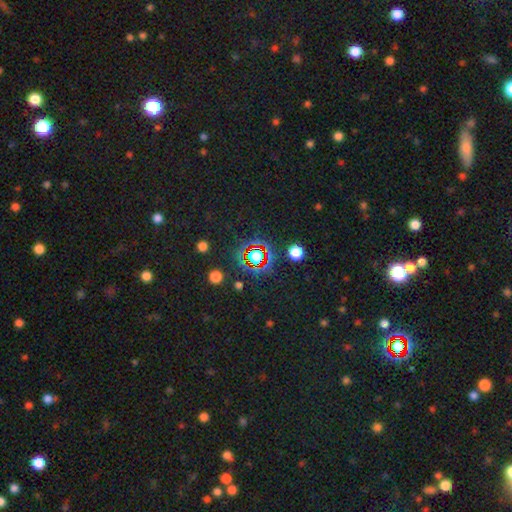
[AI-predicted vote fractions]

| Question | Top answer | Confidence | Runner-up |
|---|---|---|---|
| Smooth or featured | star or artifact | 67% | smooth (22%) |